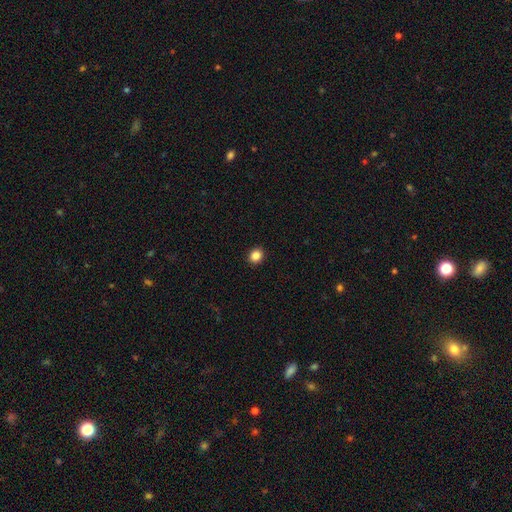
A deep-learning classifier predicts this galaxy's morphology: This appears to be a smooth galaxy with no disk features (86%) that is round (73%). Merging: none (92%).